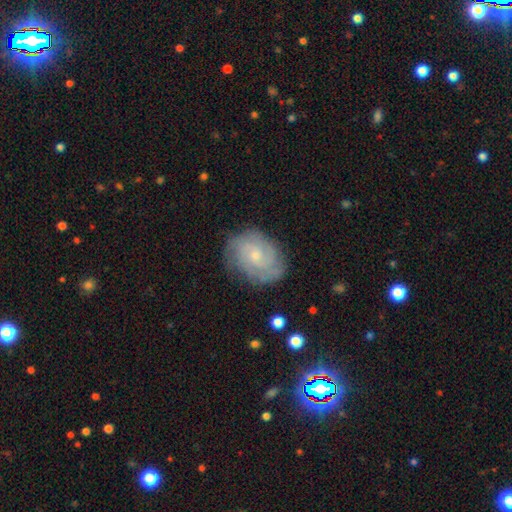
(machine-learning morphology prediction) Overall: featured or disk (74%). Edge-on disk: no (97%). Bar: no (71%). Spiral arms: yes (93%). Spiral arm count: can't tell (35%; 2 24%). Spiral winding: tight (66%; medium 28%). Bulge size: small (69%). Merging: none (79%).